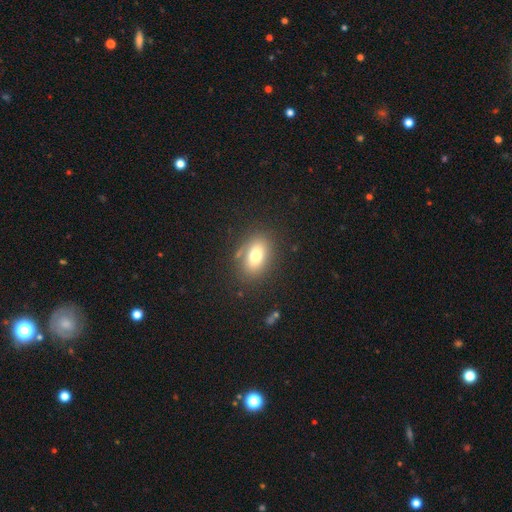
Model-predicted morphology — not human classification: Overall: smooth (75%). How rounded: in between (81%). Merging: none (79%).